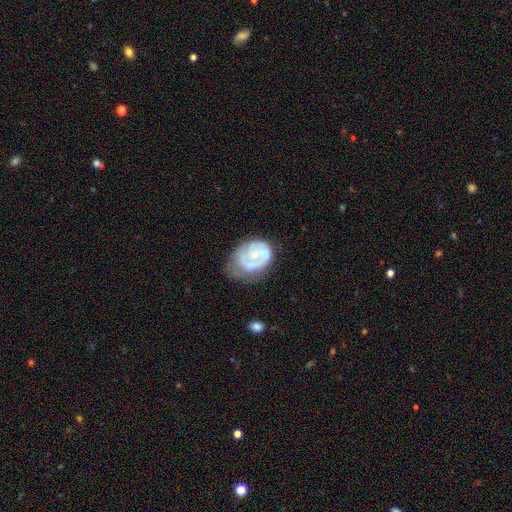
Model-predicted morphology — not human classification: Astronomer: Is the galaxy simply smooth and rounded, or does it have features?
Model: featured or disk — 62%.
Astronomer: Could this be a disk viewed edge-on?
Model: no — 98%.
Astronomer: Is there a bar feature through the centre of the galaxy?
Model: no — 78%.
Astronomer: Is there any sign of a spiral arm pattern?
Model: yes — 74%.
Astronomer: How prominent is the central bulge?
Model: small — 58%.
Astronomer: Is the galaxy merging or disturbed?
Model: none — 39% (runner-up: minor disturbance, 33%).